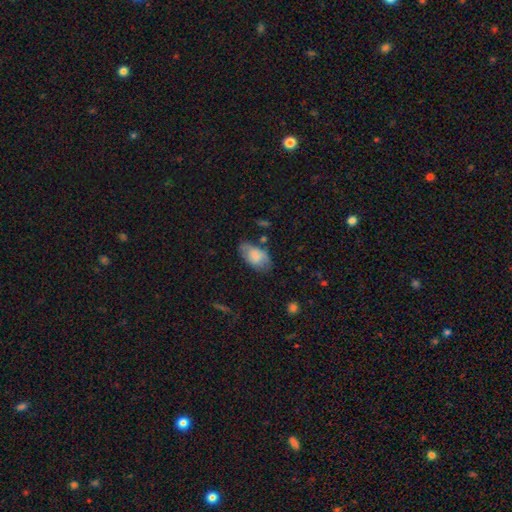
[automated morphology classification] Smooth or featured? Predicted: smooth (p=0.72). How rounded? Predicted: in between (p=0.93). Merging? Predicted: none (p=0.63).